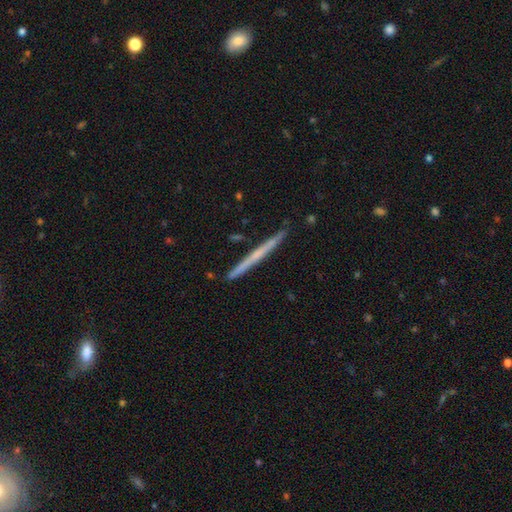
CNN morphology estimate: A featured or disk galaxy (58%) viewed edge-on (98%) with no central bulge (77%).

Vote fractions:
- Smooth or featured? featured or disk: 58% / smooth: 37% / star or artifact: 6%
- Edge-on disk? yes: 98% / no: 2%
- Edge-on bulge? none: 77% / rounded: 19% / boxy: 5%
- Merging? none: 89% / minor disturbance: 8% / merger: 1% / major disturbance: 1%